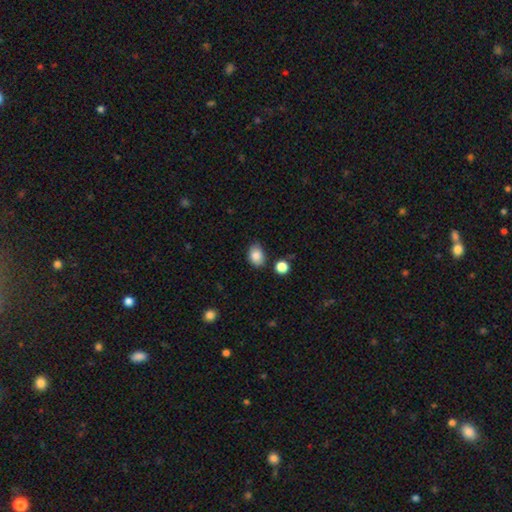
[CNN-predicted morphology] A smooth galaxy with no disk features (85%) that is in between round and cigar-shaped (75%).

Vote fractions:
- Smooth or featured? smooth: 85% / star or artifact: 9% / featured or disk: 6%
- How rounded? in between: 75% / round: 24% / cigar-shaped: 1%
- Merging? none: 73% / minor disturbance: 19% / merger: 4% / major disturbance: 4%